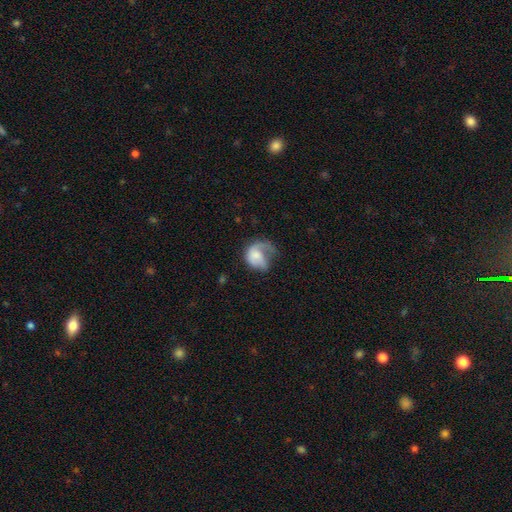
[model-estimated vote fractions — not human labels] Smooth or featured?
  - smooth: 47% *
  - featured or disk: 46%
  - star or artifact: 8%
Merging?
  - major disturbance: 51% *
  - none: 24%
  - minor disturbance: 22%
  - merger: 3%